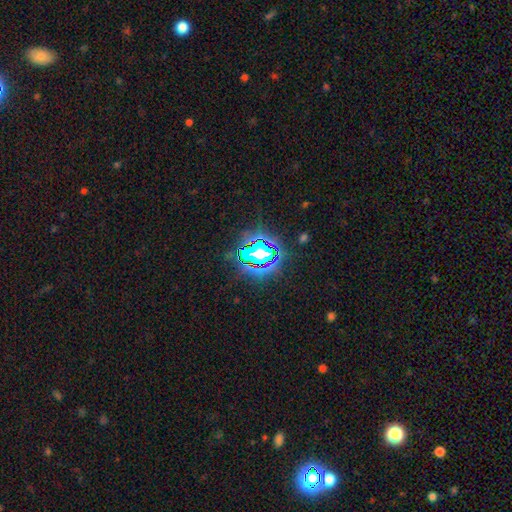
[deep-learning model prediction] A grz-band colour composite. It shows a star or artifact, not a galaxy (82%).